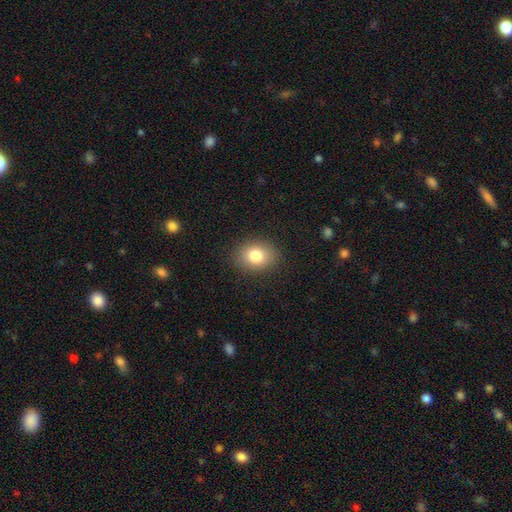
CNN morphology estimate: smooth 82%, star or artifact 10%, featured or disk 9%. Down the decision tree: how rounded — in between (53%); merging — none (88%).